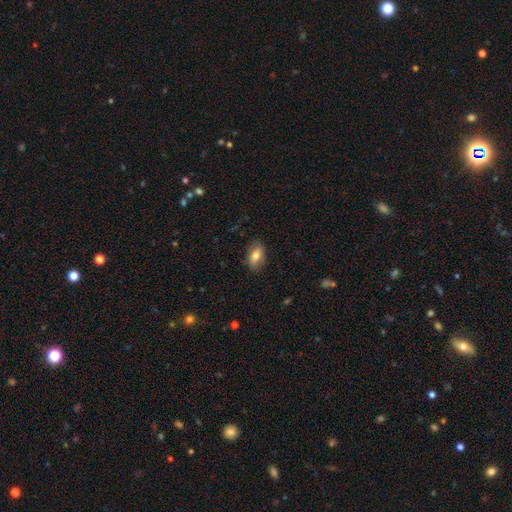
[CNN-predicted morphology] A smooth galaxy with no disk features (75%) that is in between round and cigar-shaped (88%).

Vote fractions:
- Smooth or featured? smooth: 75% / featured or disk: 18% / star or artifact: 7%
- How rounded? in between: 88% / round: 7% / cigar-shaped: 4%
- Merging? none: 85% / minor disturbance: 12% / major disturbance: 3% / merger: 1%